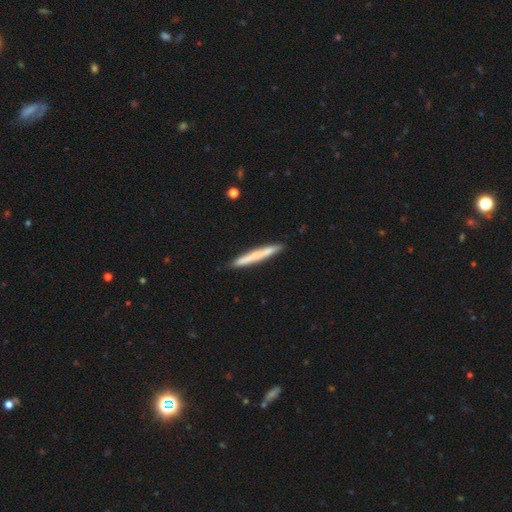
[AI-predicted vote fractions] smooth_or_featured: smooth (p=0.62) [alt: featured or disk p=0.32]
how_rounded: cigar-shaped (p=0.97) [alt: in between p=0.02]
merging: none (p=0.90) [alt: minor disturbance p=0.08]